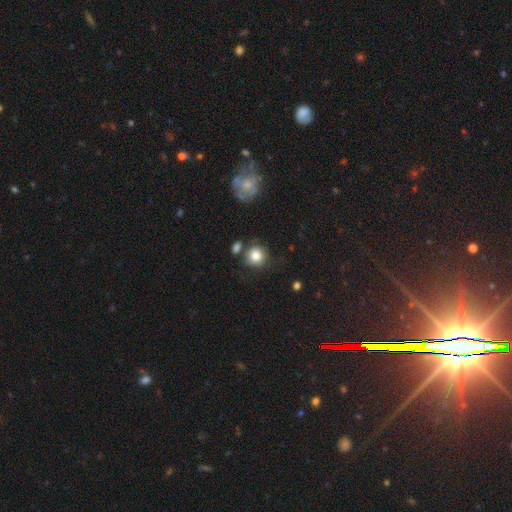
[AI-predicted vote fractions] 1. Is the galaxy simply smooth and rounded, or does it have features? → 83% smooth, 9% star or artifact, 8% featured or disk.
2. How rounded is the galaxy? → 88% round, 11% in between, 1% cigar-shaped.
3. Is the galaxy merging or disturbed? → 71% none, 14% minor disturbance, 10% merger, 5% major disturbance.